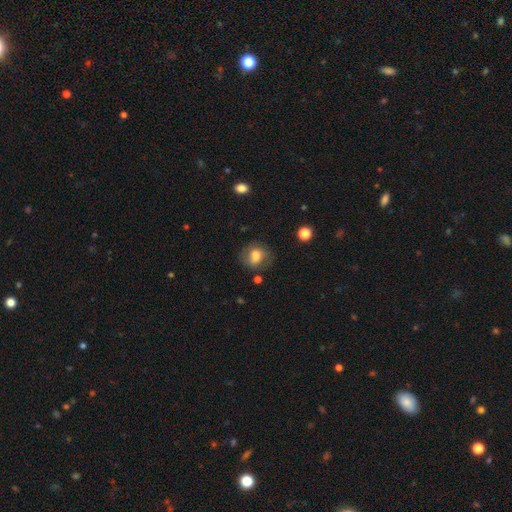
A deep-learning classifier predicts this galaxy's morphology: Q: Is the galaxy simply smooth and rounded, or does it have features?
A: smooth — 71%.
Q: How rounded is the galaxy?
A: round — 53%.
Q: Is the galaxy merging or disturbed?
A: none — 67%.